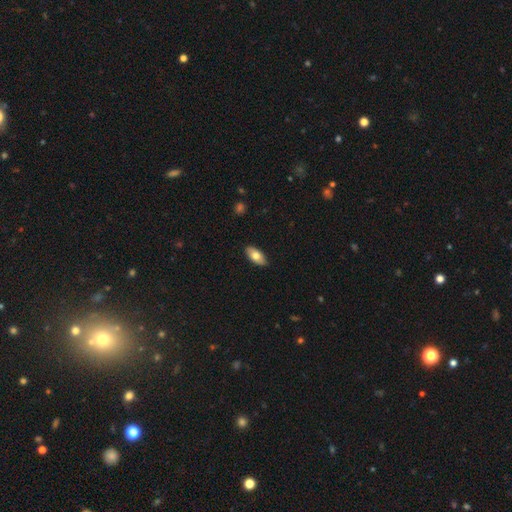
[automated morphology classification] Smooth or featured? smooth (76%)
How rounded? in between (91%)
Merging? none (88%)